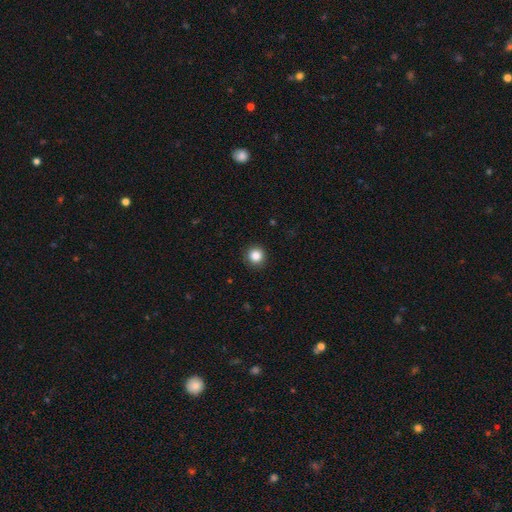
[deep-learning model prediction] smooth-or-featured: smooth: 86% | star or artifact: 10% | featured or disk: 4%
  how-rounded: round: 94% | in between: 5% | cigar-shaped: 1%
  merging: none: 92% | minor disturbance: 5% | major disturbance: 2% | merger: 1%